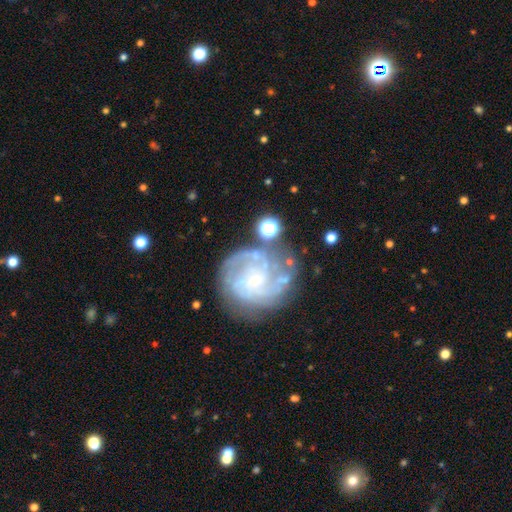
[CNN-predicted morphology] smooth_or_featured: featured or disk (p=0.84) [alt: smooth p=0.09]
disk_edge_on: no (p=0.98) [alt: yes p=0.02]
bar: no (p=0.75) [alt: weak p=0.21]
has_spiral_arms: yes (p=0.94) [alt: no p=0.06]
spiral_winding: tight (p=0.57) [alt: medium p=0.34]
spiral_arm_count: can't tell (p=0.27) [alt: 3 p=0.24]
bulge_size: small (p=0.86) [alt: moderate p=0.08]
merging: none (p=0.67) [alt: minor disturbance p=0.18]